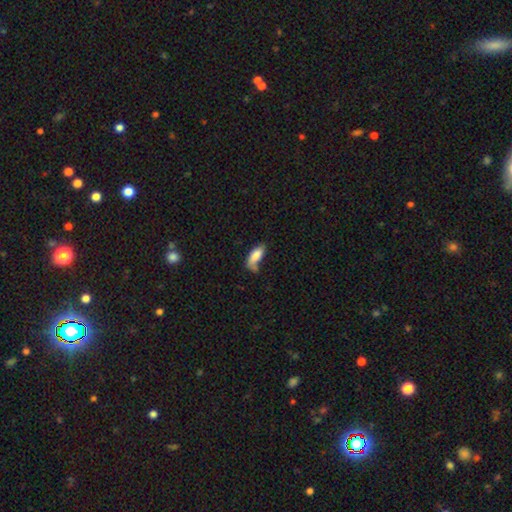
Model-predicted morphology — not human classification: Smooth or featured: smooth — 82% (featured or disk — 10%)
How rounded: in between — 79% (cigar-shaped — 18%)
Merging: none — 43% (minor disturbance — 28%)